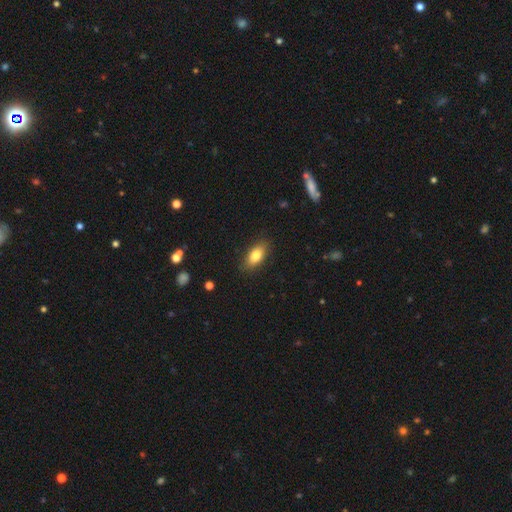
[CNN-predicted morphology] Smooth or featured?
  - smooth: 81% *
  - featured or disk: 12%
  - star or artifact: 7%
How rounded?
  - in between: 86% *
  - cigar-shaped: 9%
  - round: 5%
Merging?
  - none: 86% *
  - minor disturbance: 10%
  - major disturbance: 2%
  - merger: 1%